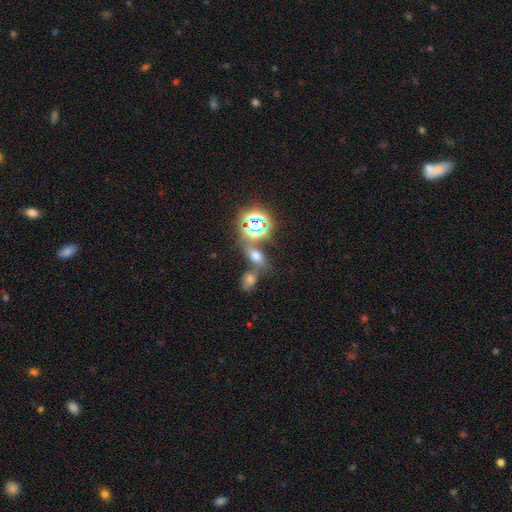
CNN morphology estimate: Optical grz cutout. It shows a smooth galaxy with no disk features (53%) that is in between round and cigar-shaped (79%). Merging: none (53%).